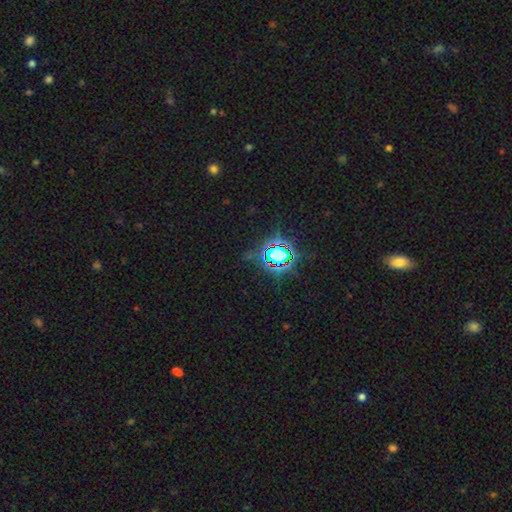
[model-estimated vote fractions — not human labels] A star or artifact, not a galaxy (80%).